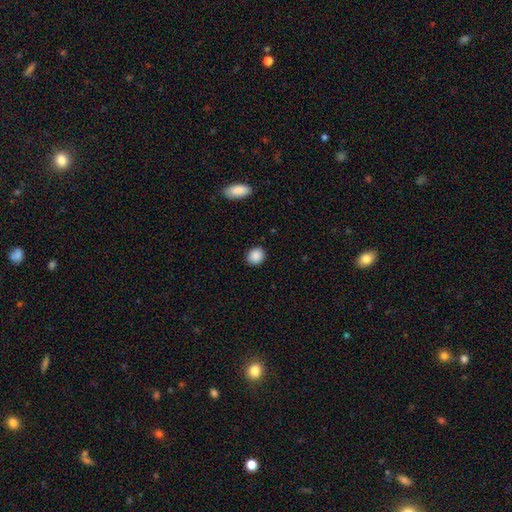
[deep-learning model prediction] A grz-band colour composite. It shows a smooth galaxy with no disk features (89%) that is round (73%). Merging: none (88%).